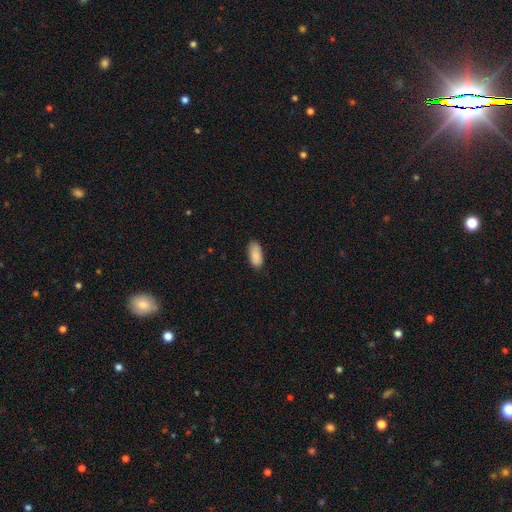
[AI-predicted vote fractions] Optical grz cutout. It shows a smooth galaxy with no disk features (89%) that is in between round and cigar-shaped (88%). Merging: none (79%).